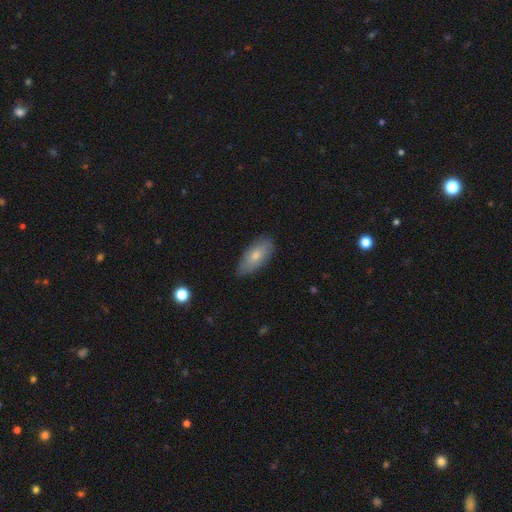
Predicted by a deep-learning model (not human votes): This appears to be a smooth galaxy with no disk features (74%) that is in between round and cigar-shaped (87%). Merging: none (78%).